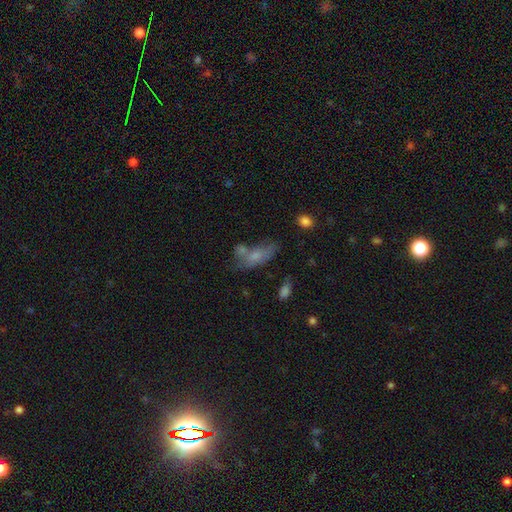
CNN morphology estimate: Smooth or featured? smooth (65%)
How rounded? in between (80%)
Merging? none (37%)